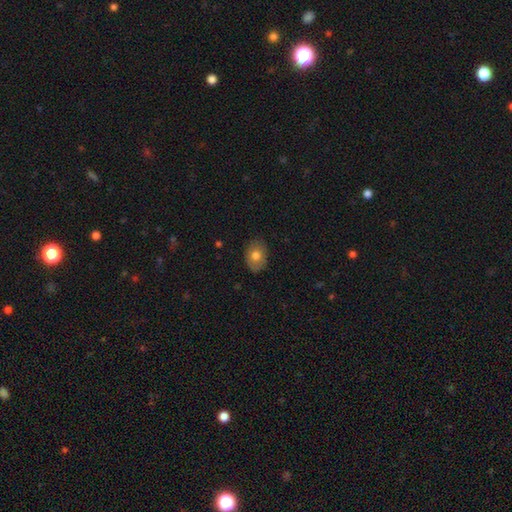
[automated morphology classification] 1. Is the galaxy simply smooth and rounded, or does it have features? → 73% smooth, 20% featured or disk, 8% star or artifact.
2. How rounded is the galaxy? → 73% in between, 26% round, 1% cigar-shaped.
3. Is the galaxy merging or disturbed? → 81% none, 15% minor disturbance, 3% major disturbance, 1% merger.